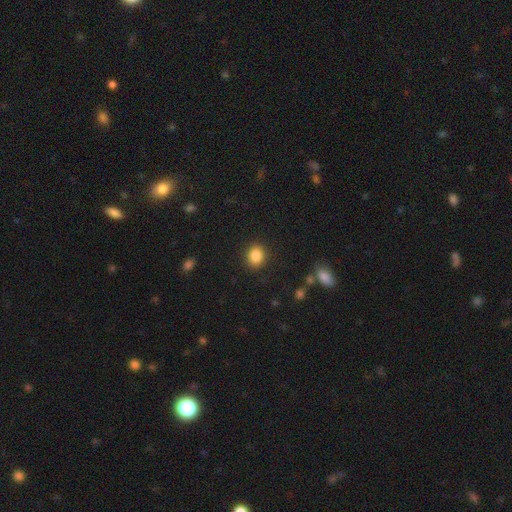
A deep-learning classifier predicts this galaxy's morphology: Smooth or featured: smooth — 86% (star or artifact — 10%)
How rounded: round — 64% (in between — 35%)
Merging: none — 89% (minor disturbance — 7%)